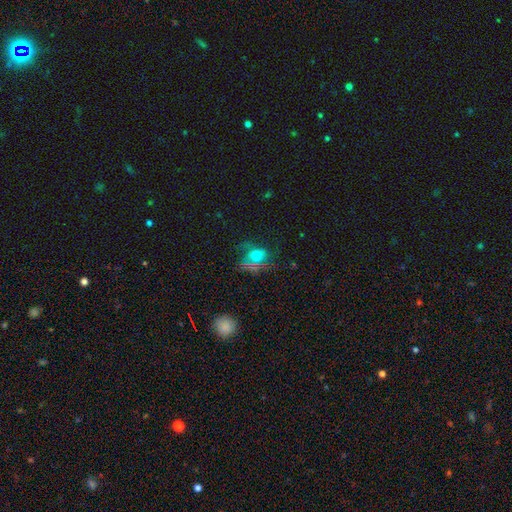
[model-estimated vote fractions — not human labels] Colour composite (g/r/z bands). It shows a smooth galaxy with no disk features (53%) that is round (53%). Merging: none (51%).